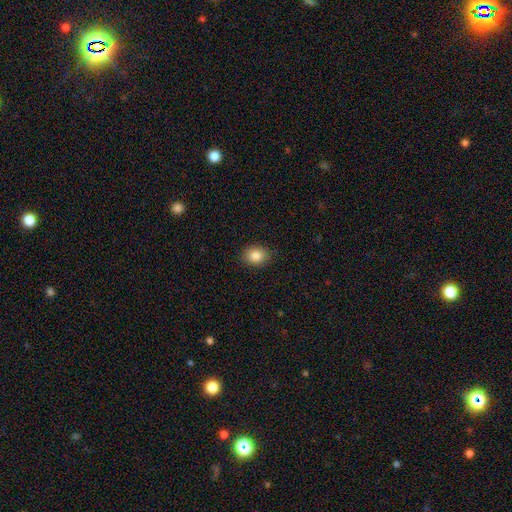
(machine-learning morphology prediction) Smooth or featured: smooth — 86% (star or artifact — 9%)
How rounded: in between — 52% (round — 47%)
Merging: none — 88% (minor disturbance — 9%)